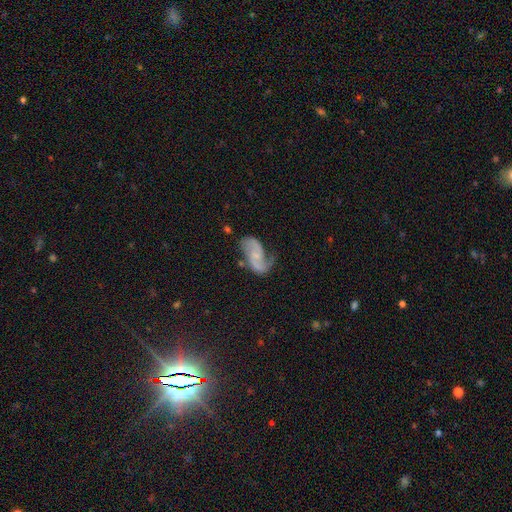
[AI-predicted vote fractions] A featured or disk galaxy (83%) with no bar (56%), 2 (89%) loose (45%) spiral arms (95%) and a small central bulge (54%). Merging: none (58%).